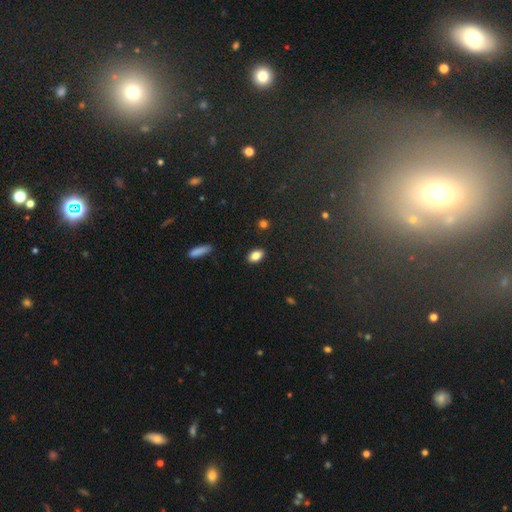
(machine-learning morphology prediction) Smooth or featured? Predicted: smooth (p=0.83). How rounded? Predicted: in between (p=0.87). Merging? Predicted: none (p=0.88).